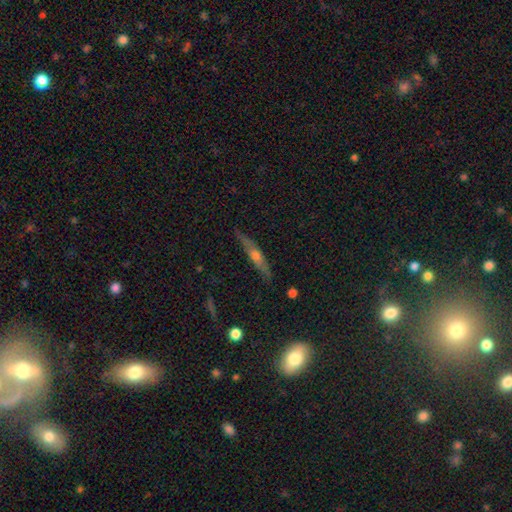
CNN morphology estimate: This is likely a featured or disk galaxy (65%). It is clearly viewed edge-on (94%). Edge-on bulge: clearly rounded (84%). Merging: clearly none (85%).